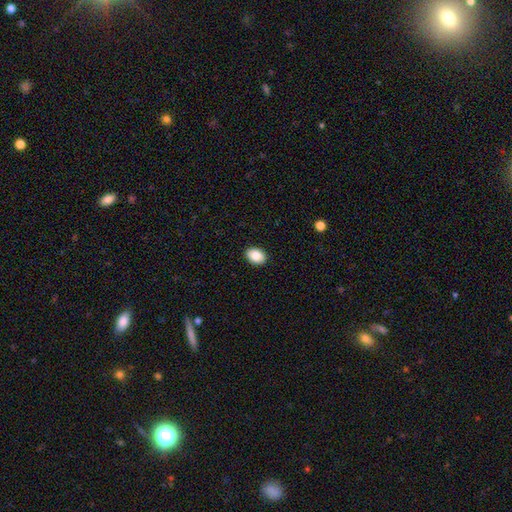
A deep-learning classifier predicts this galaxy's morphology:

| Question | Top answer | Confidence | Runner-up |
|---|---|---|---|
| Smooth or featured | smooth | 86% | star or artifact (8%) |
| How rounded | in between | 79% | round (20%) |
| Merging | none | 91% | minor disturbance (7%) |